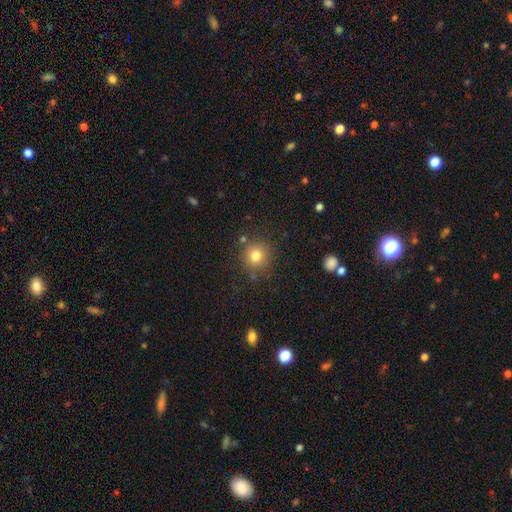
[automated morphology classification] Smooth or featured: smooth — 79% (star or artifact — 14%)
How rounded: round — 92% (in between — 7%)
Merging: none — 83% (minor disturbance — 9%)